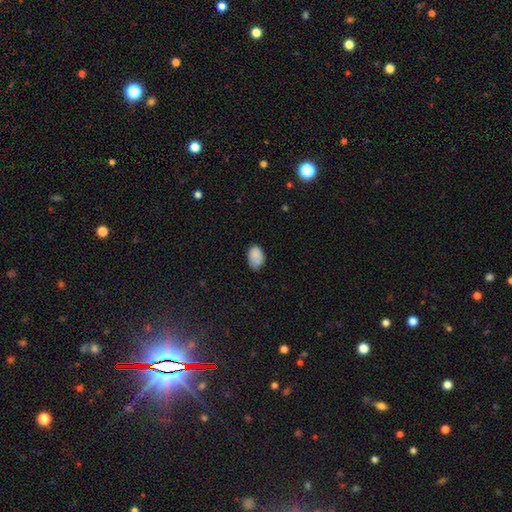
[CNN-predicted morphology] Overall: smooth (82%). How rounded: in between (87%). Merging: none (62%; minor disturbance 30%).